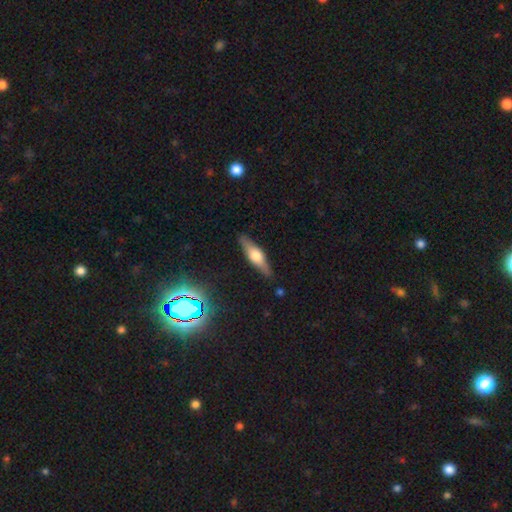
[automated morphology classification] Overall: featured or disk (54%; smooth 39%). Edge-on disk: yes (91%). Merging: none (87%).